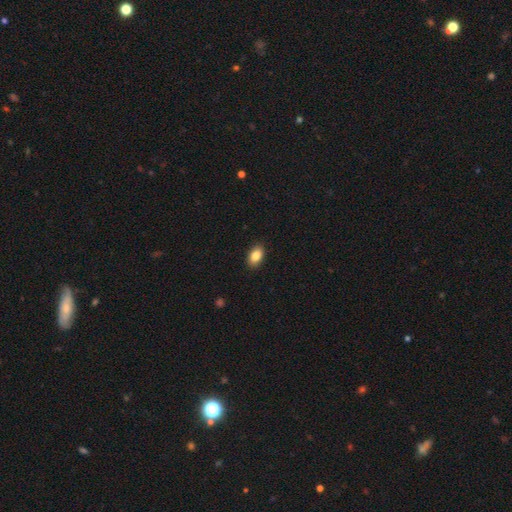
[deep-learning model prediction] smooth_or_featured: smooth (p=0.86) [alt: star or artifact p=0.08]
how_rounded: in between (p=0.88) [alt: round p=0.10]
merging: none (p=0.89) [alt: minor disturbance p=0.08]